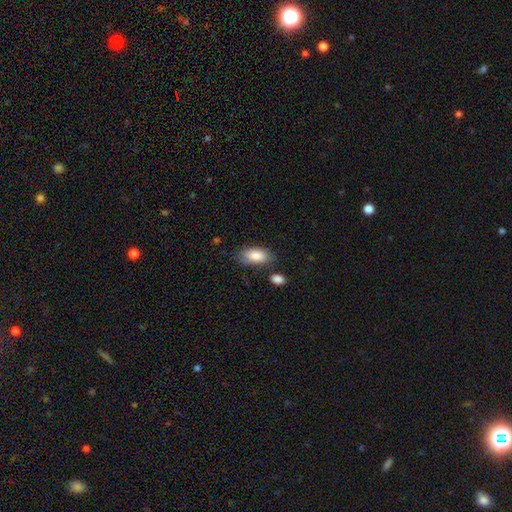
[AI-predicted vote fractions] Smooth or featured: smooth — 85% (featured or disk — 8%)
How rounded: in between — 91% (cigar-shaped — 6%)
Merging: none — 73% (minor disturbance — 17%)